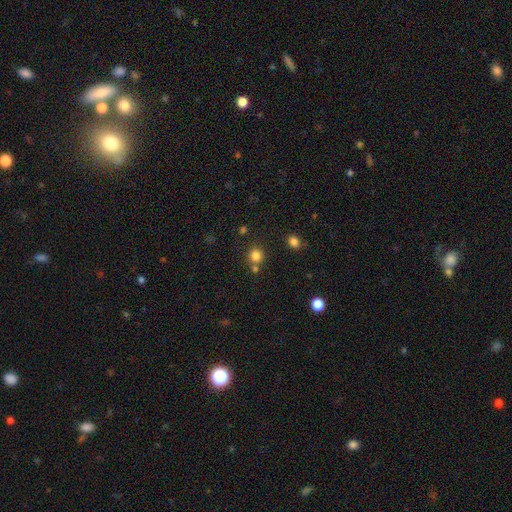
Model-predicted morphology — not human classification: smooth-or-featured: smooth: 81% | star or artifact: 14% | featured or disk: 5%
  how-rounded: round: 89% | in between: 10% | cigar-shaped: 1%
  merging: none: 70% | merger: 18% | minor disturbance: 9% | major disturbance: 3%